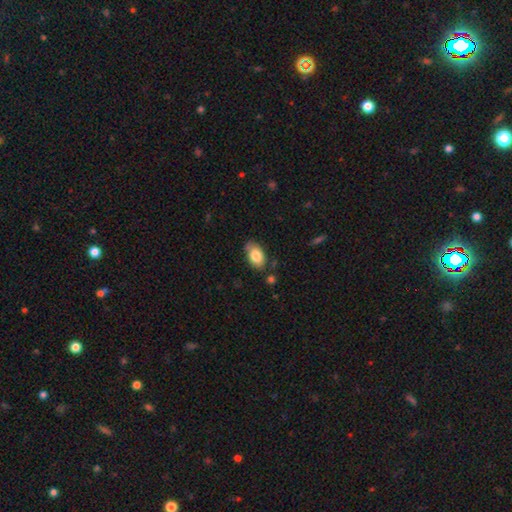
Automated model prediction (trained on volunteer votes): Morphology: type=smooth (81%); roundness=in between (91%); merging=none (73%).